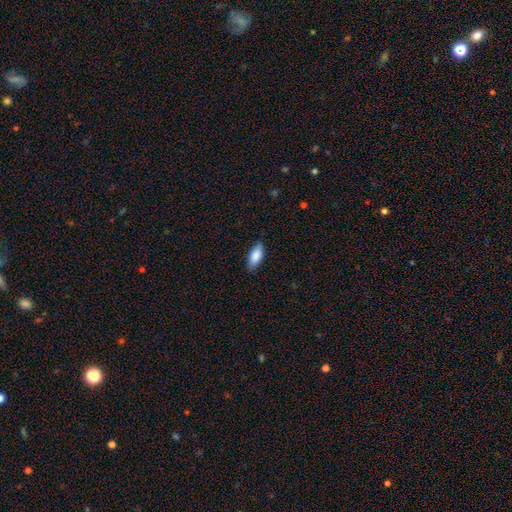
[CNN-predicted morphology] Overall: smooth (87%). How rounded: in between (85%). Merging: none (85%).